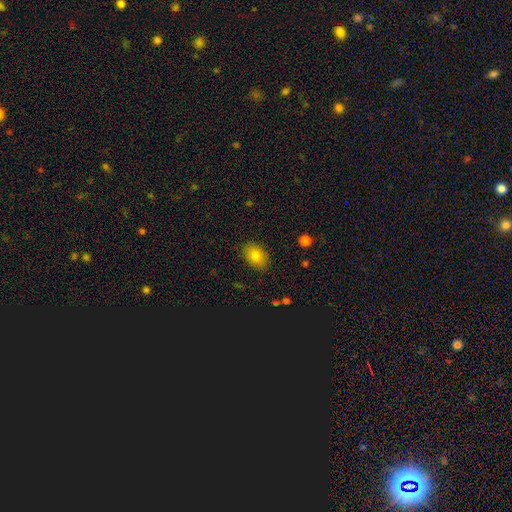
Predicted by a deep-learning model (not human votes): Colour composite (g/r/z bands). It shows a smooth galaxy with no disk features (81%) that is in between round and cigar-shaped (73%). Merging: none (86%).